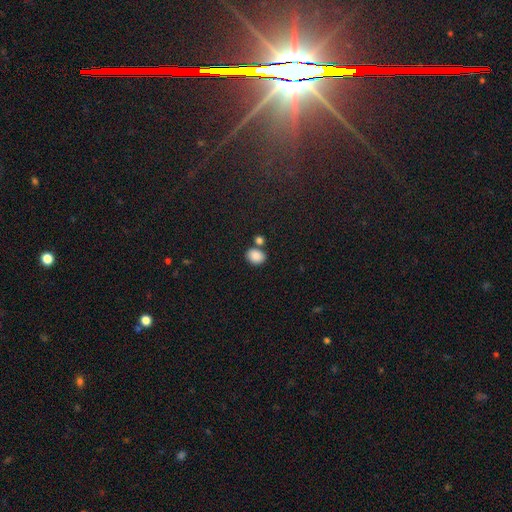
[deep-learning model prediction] Q: Smooth or featured?
A: smooth (87%); runner-up: star or artifact (9%)
Q: How rounded?
A: in between (59%); runner-up: round (40%)
Q: Merging?
A: none (70%); runner-up: merger (16%)